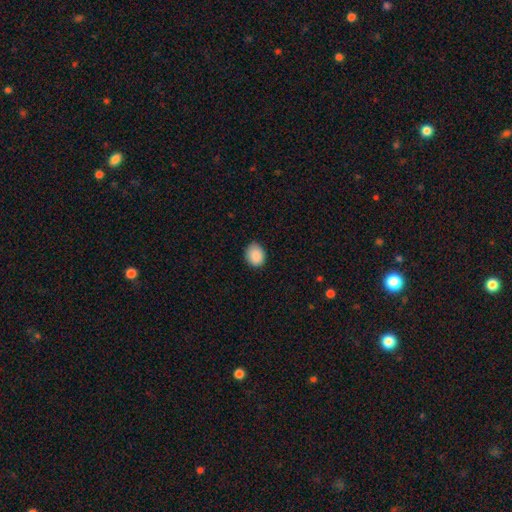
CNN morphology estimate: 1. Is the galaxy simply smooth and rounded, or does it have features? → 89% smooth, 8% star or artifact, 3% featured or disk.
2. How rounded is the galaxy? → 58% round, 41% in between, 1% cigar-shaped.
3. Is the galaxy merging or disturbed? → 84% none, 13% minor disturbance, 2% major disturbance, 1% merger.